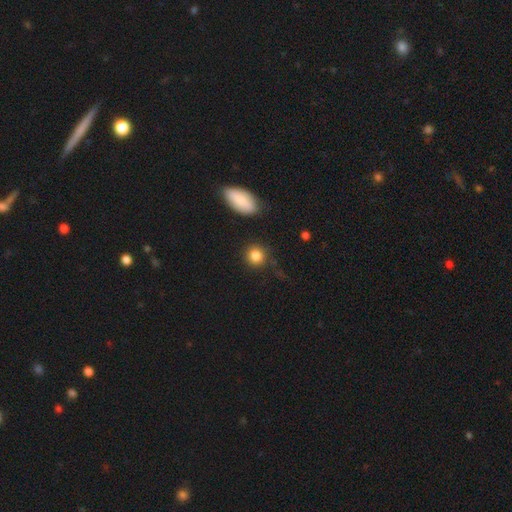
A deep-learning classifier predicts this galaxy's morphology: Q: Smooth or featured?
A: smooth (85%); runner-up: star or artifact (9%)
Q: How rounded?
A: round (87%); runner-up: in between (11%)
Q: Merging?
A: none (83%); runner-up: minor disturbance (10%)